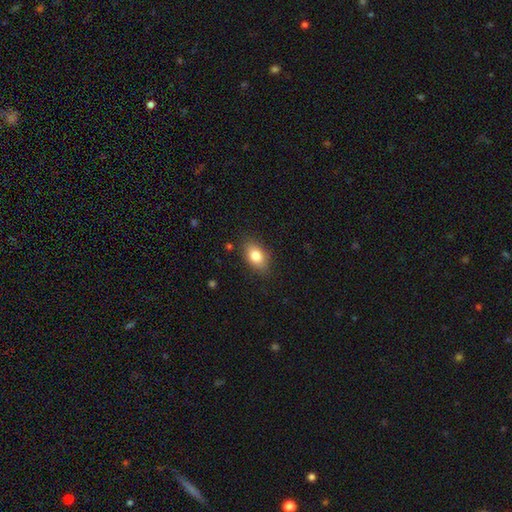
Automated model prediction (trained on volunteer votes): Overall: smooth (81%). How rounded: in between (84%). Merging: none (84%).